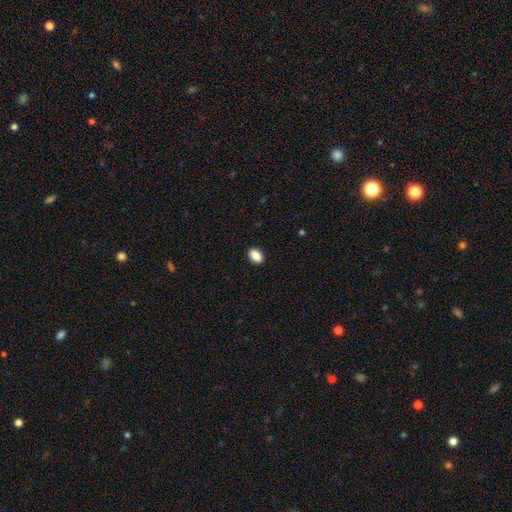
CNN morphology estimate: Smooth or featured? smooth (89%)
How rounded? in between (88%)
Merging? none (89%)